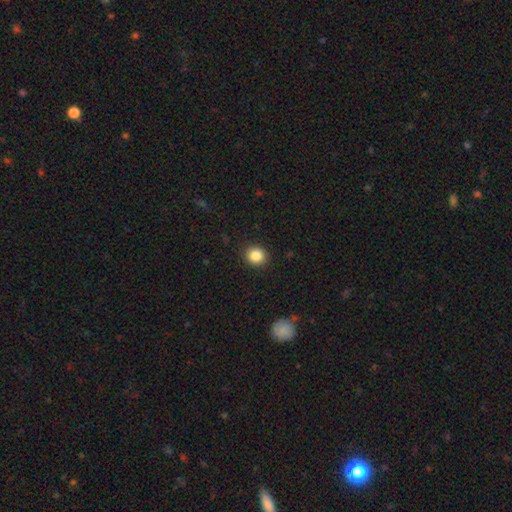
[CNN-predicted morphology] This appears to be a smooth galaxy with no disk features (86%) that is round (80%). Merging: none (90%).